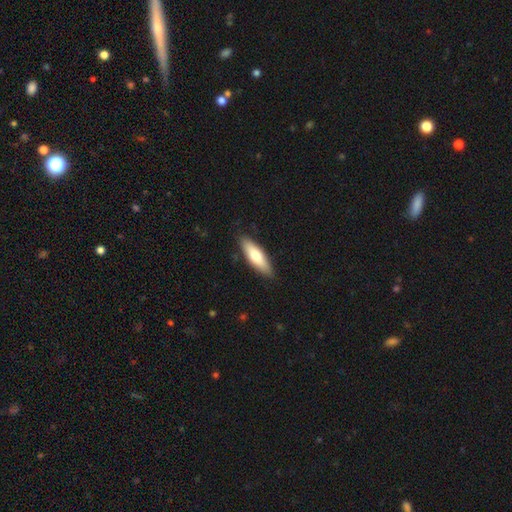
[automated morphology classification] The model was most divided on "how rounded": cigar-shaped: 52%, in between: 46%, round: 2%. More confident: merging — none (87%); smooth or featured — smooth (70%).